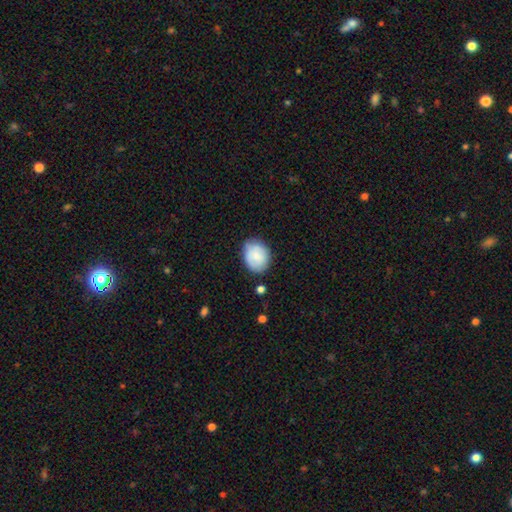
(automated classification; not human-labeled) Q: Smooth or featured?
A: smooth (79%); runner-up: featured or disk (14%)
Q: How rounded?
A: round (51%); runner-up: in between (48%)
Q: Merging?
A: none (69%); runner-up: minor disturbance (23%)